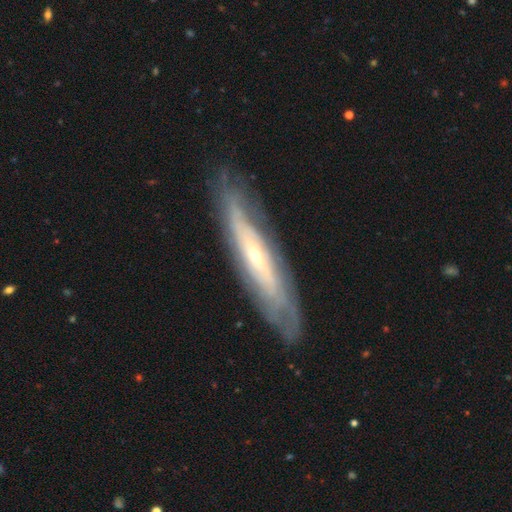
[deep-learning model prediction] Overall: featured or disk (77%). Edge-on disk: no (59%; yes 41%). Merging: none (80%).